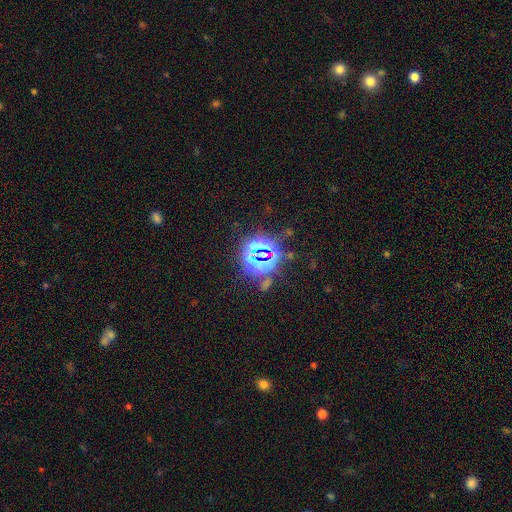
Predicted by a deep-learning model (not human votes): star or artifact 81%, smooth 12%, featured or disk 7%.